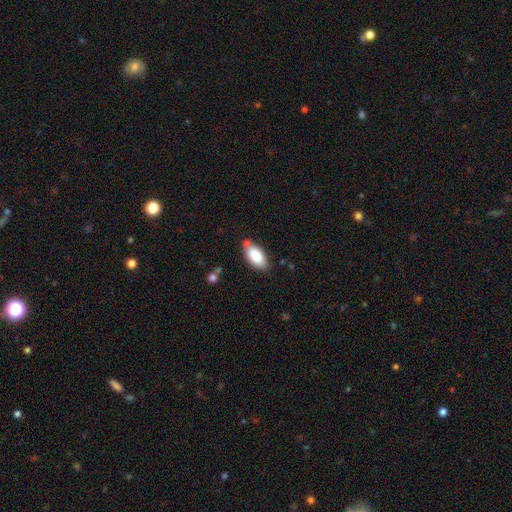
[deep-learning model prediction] Smooth or featured?
  - smooth: 85% *
  - featured or disk: 8%
  - star or artifact: 7%
How rounded?
  - in between: 91% *
  - cigar-shaped: 6%
  - round: 2%
Merging?
  - none: 71% *
  - minor disturbance: 20%
  - merger: 5%
  - major disturbance: 4%